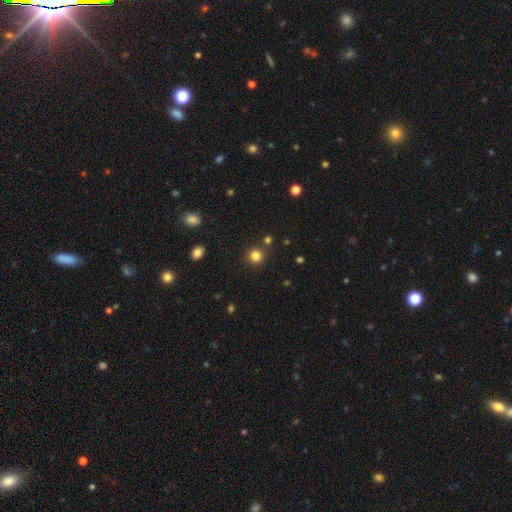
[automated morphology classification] Smooth or featured: smooth — 82% (star or artifact — 14%)
How rounded: round — 93% (in between — 6%)
Merging: none — 86% (minor disturbance — 7%)